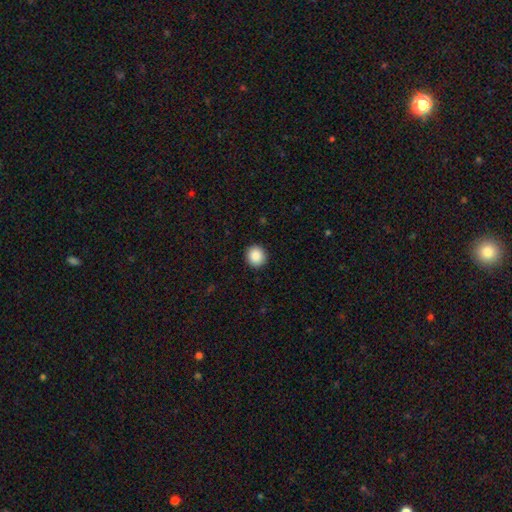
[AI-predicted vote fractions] A smooth galaxy with no disk features (89%) that is round (91%).

Vote fractions:
- Smooth or featured? smooth: 89% / star or artifact: 8% / featured or disk: 3%
- How rounded? round: 91% / in between: 8% / cigar-shaped: 1%
- Merging? none: 92% / minor disturbance: 5% / major disturbance: 2% / merger: 1%